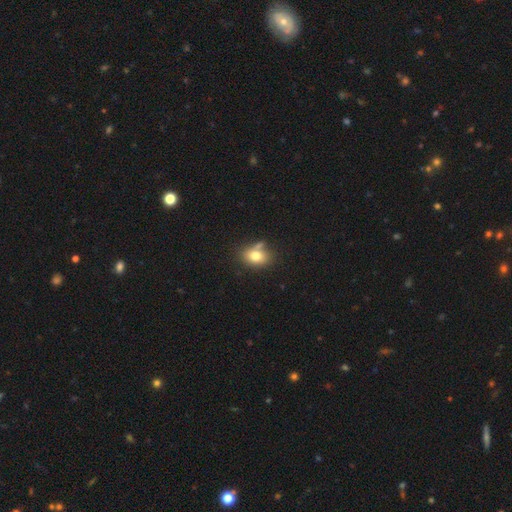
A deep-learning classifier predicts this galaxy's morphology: Smooth or featured? smooth (77%)
How rounded? in between (69%)
Merging? none (57%)